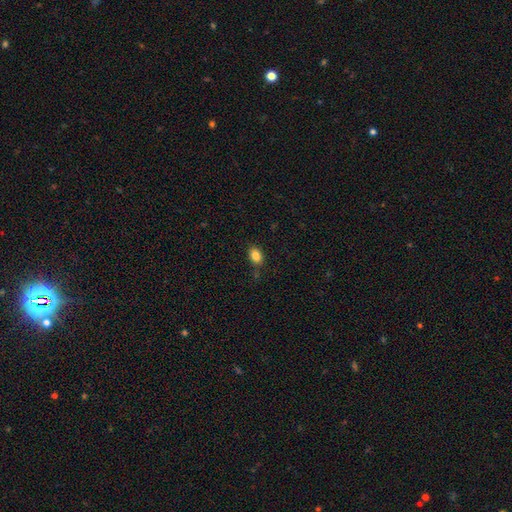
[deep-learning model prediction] A smooth galaxy with no disk features (84%) that is in between round and cigar-shaped (77%). Merging: none (80%).